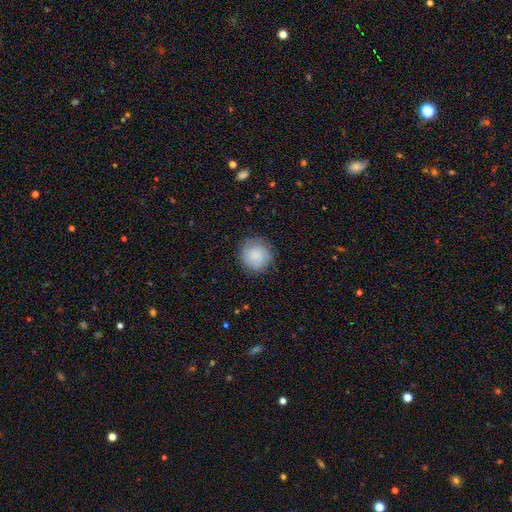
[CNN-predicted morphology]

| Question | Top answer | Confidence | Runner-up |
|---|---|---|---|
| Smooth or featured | smooth | 75% | featured or disk (17%) |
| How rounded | round | 92% | in between (7%) |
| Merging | none | 81% | minor disturbance (13%) |